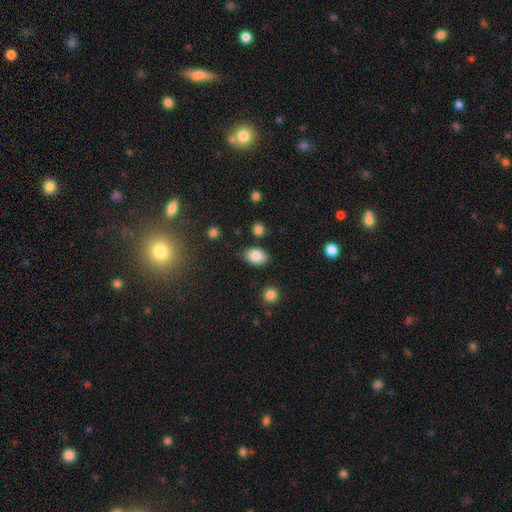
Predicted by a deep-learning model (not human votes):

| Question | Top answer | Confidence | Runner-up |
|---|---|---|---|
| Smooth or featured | smooth | 84% | star or artifact (8%) |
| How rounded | in between | 79% | round (20%) |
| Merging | none | 83% | minor disturbance (11%) |